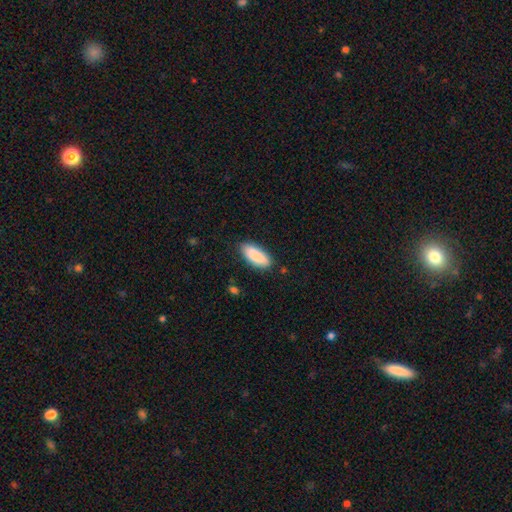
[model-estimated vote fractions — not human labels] smooth-or-featured: smooth: 89% | star or artifact: 6% | featured or disk: 5%
  how-rounded: in between: 80% | cigar-shaped: 18% | round: 2%
  merging: none: 84% | minor disturbance: 12% | major disturbance: 2% | merger: 1%